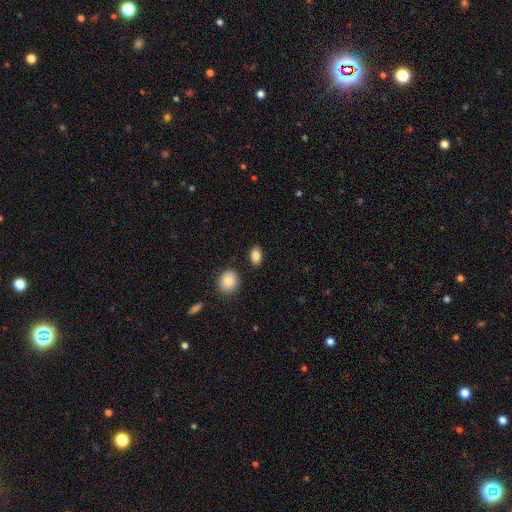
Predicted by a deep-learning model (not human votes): smooth_or_featured: smooth (p=0.87) [alt: star or artifact p=0.08]
how_rounded: in between (p=0.84) [alt: round p=0.14]
merging: none (p=0.87) [alt: minor disturbance p=0.08]